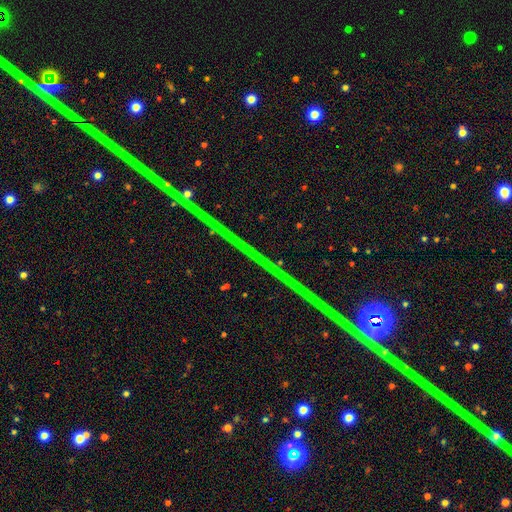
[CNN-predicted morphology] smooth_or_featured: star or artifact (p=0.84) [alt: featured or disk p=0.10]